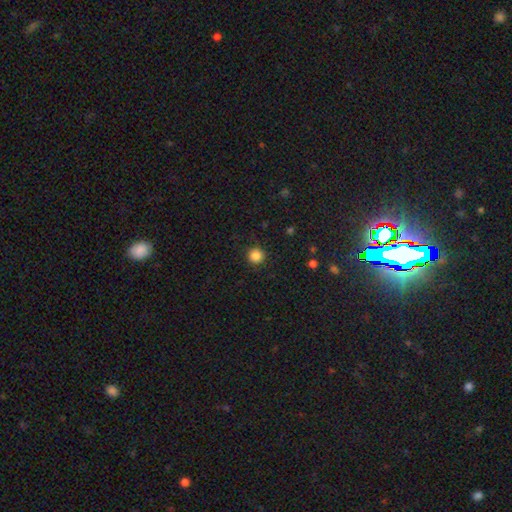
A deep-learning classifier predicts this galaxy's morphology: smooth 85%, star or artifact 11%, featured or disk 3%. Down the decision tree: how rounded — round (95%); merging — none (91%).